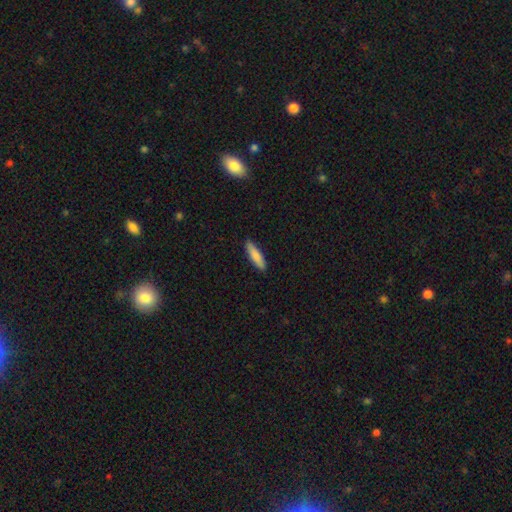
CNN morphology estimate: Smooth or featured? Predicted: smooth (p=0.84). How rounded? Predicted: cigar-shaped (p=0.74). Merging? Predicted: none (p=0.89).